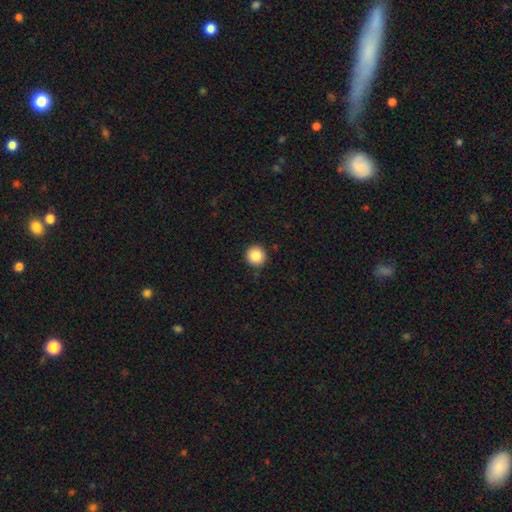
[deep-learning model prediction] This appears to be a smooth galaxy with no disk features (86%) that is round (95%). Merging: none (92%).